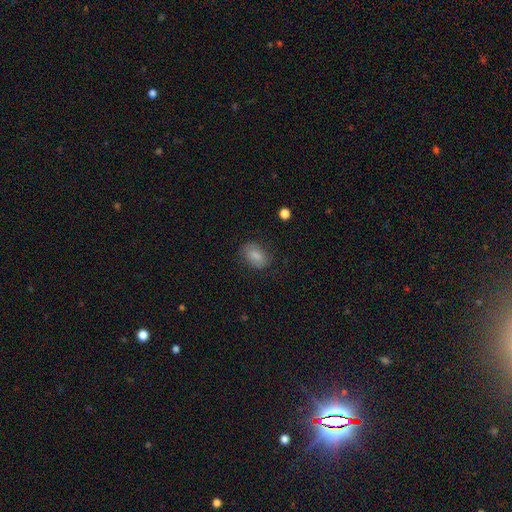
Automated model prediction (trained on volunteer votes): Q: Smooth or featured?
A: smooth (79%); runner-up: featured or disk (13%)
Q: How rounded?
A: in between (84%); runner-up: round (14%)
Q: Merging?
A: none (75%); runner-up: minor disturbance (18%)